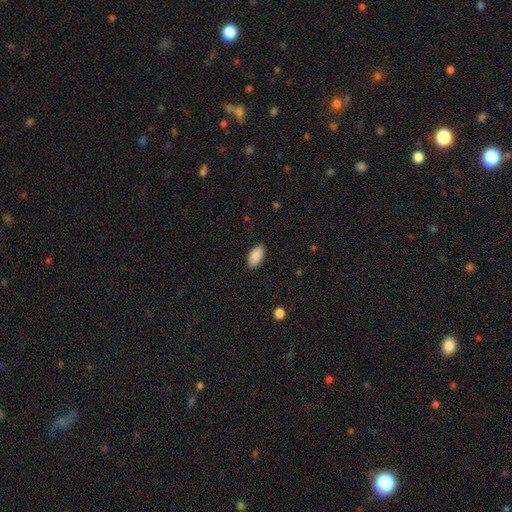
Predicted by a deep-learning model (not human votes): A smooth galaxy with no disk features (89%) that is in between round and cigar-shaped (94%). Merging: none (88%).